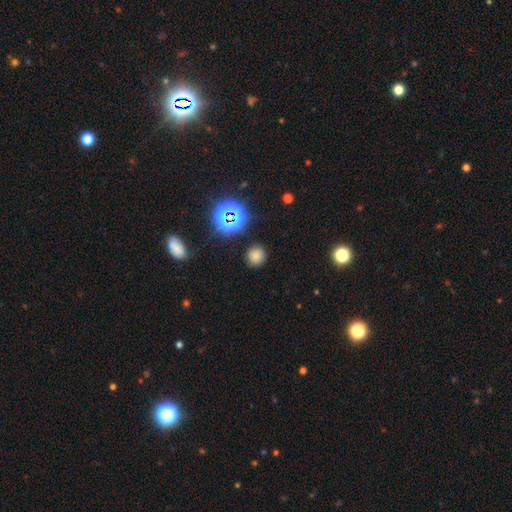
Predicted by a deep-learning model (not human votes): Smooth or featured: smooth — 73% (star or artifact — 21%)
How rounded: round — 86% (in between — 13%)
Merging: none — 86% (minor disturbance — 9%)